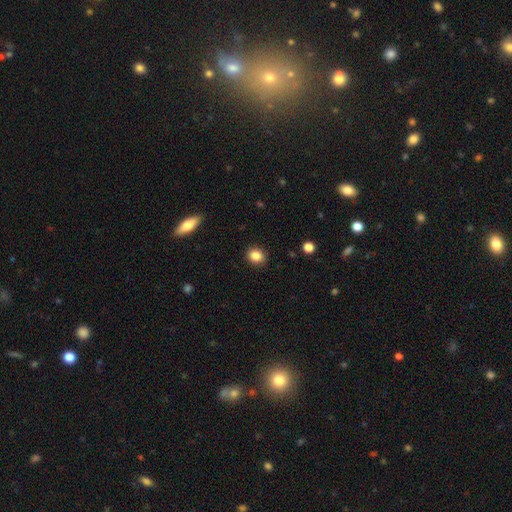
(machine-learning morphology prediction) Smooth or featured? smooth (86%)
How rounded? round (65%)
Merging? none (90%)